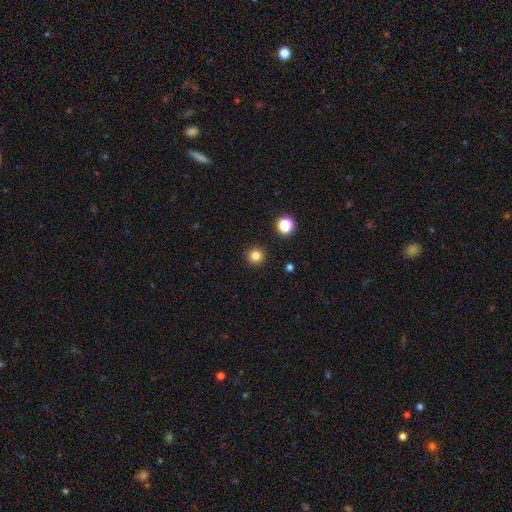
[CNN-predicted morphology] Smooth or featured? Predicted: smooth (p=0.82). How rounded? Predicted: round (p=0.95). Merging? Predicted: none (p=0.93).